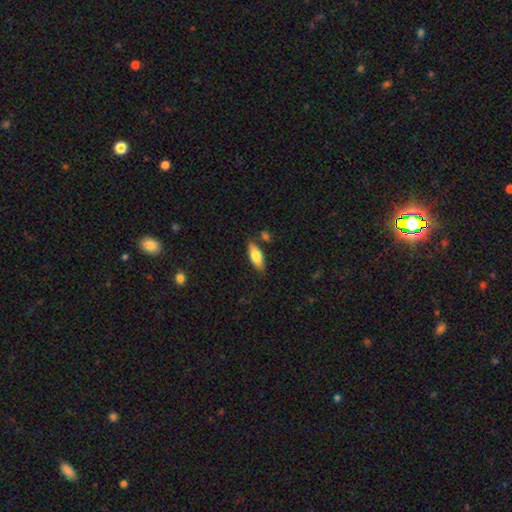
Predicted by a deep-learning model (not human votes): smooth 76%, featured or disk 18%, star or artifact 6%. Down the decision tree: how rounded — in between (75%); merging — none (77%).